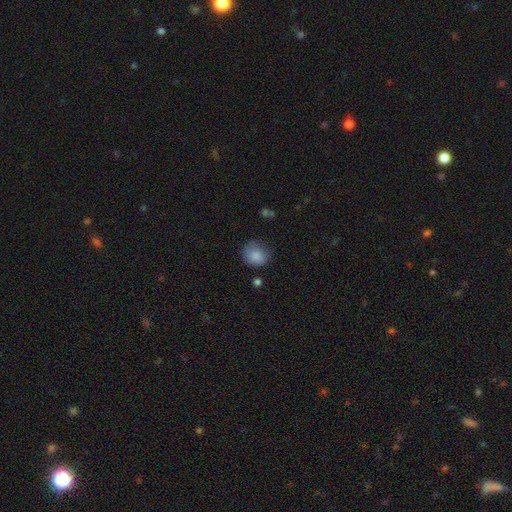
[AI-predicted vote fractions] Overall: smooth (85%). How rounded: round (77%). Merging: none (66%).